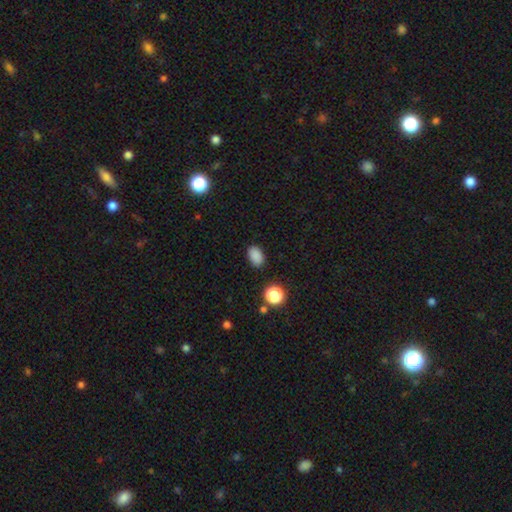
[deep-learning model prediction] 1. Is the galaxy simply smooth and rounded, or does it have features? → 85% smooth, 12% star or artifact, 3% featured or disk.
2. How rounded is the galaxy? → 83% in between, 16% round, 1% cigar-shaped.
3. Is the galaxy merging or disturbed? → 86% none, 10% minor disturbance, 2% major disturbance, 2% merger.